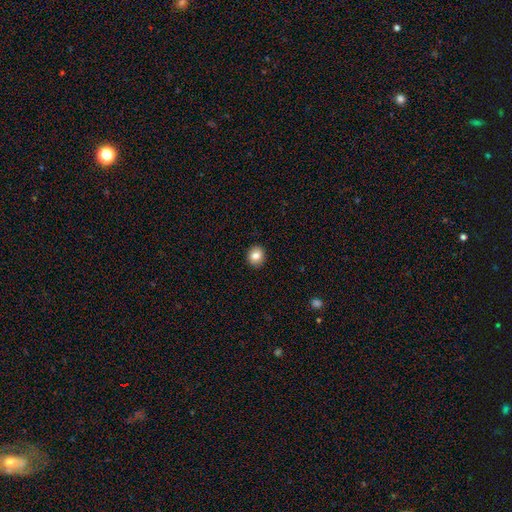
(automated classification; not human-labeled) Morphology: type=smooth (83%); roundness=round (81%); merging=none (92%).